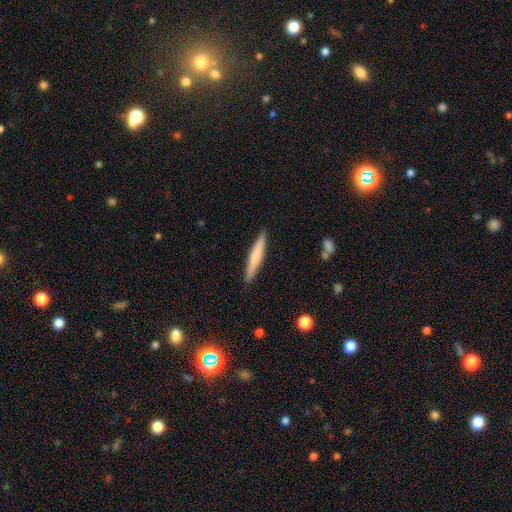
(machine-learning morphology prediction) smooth 66%, featured or disk 29%, star or artifact 5%. Down the decision tree: how rounded — cigar-shaped (94%); merging — none (90%).